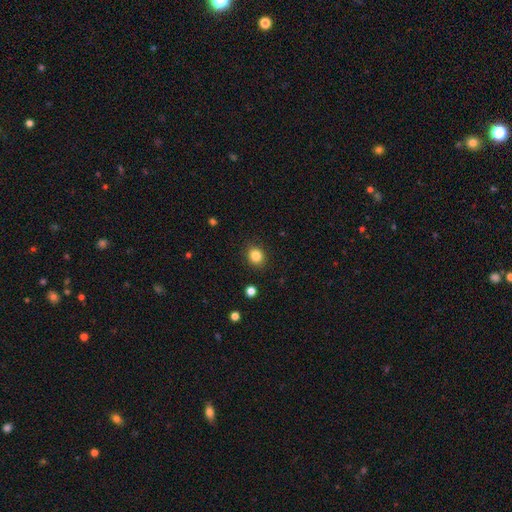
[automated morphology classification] Smooth or featured: smooth — 85% (star or artifact — 11%)
How rounded: round — 76% (in between — 23%)
Merging: none — 89% (minor disturbance — 7%)